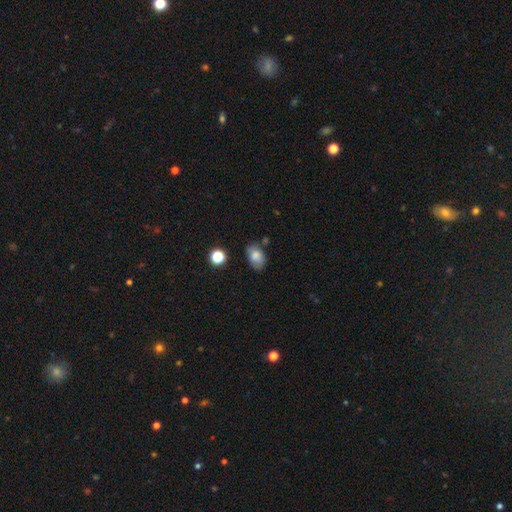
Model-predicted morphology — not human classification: The model was most divided on "merging": none: 66%, minor disturbance: 23%, major disturbance: 6%, merger: 5%. More confident: how rounded — in between (82%); smooth or featured — smooth (78%).